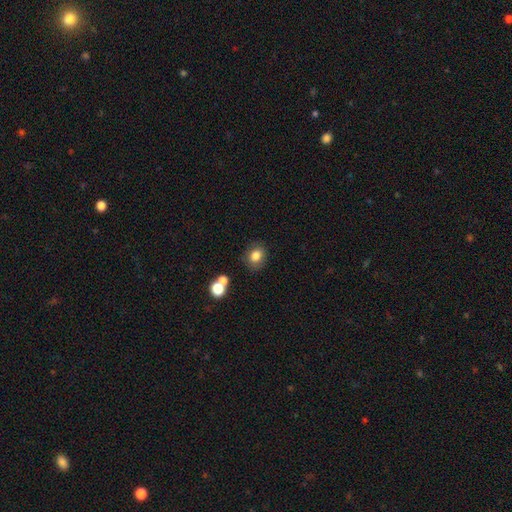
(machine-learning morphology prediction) This is clearly a smooth galaxy (81%). How rounded: possibly round (60%). Merging: clearly none (81%).